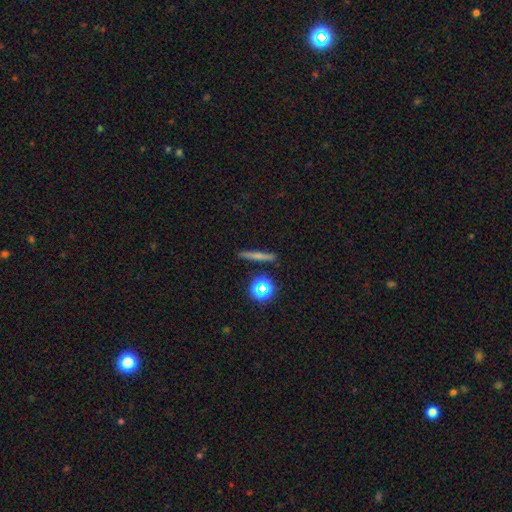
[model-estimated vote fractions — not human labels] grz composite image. It shows a smooth galaxy with no disk features (53%) that is cigar-shaped (81%). Merging: none (88%).